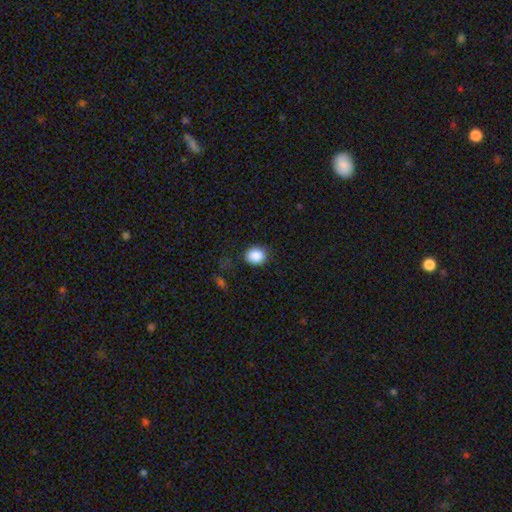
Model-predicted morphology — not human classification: Smooth or featured? Predicted: smooth (p=0.88). How rounded? Predicted: round (p=0.63). Merging? Predicted: none (p=0.79).